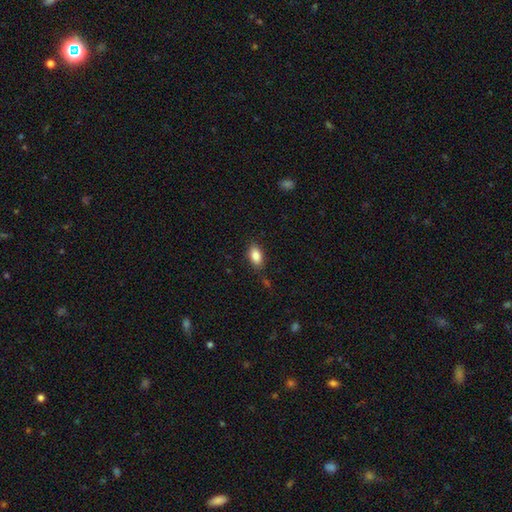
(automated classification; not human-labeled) The model was most divided on "merging": none: 83%, minor disturbance: 12%, major disturbance: 3%, merger: 2%. More confident: how rounded — in between (90%); smooth or featured — smooth (86%).